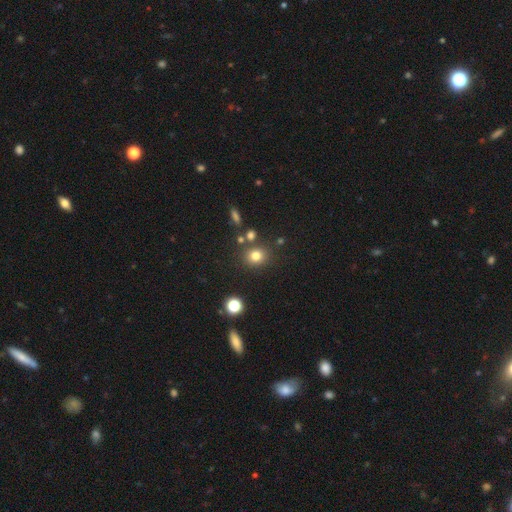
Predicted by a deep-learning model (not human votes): smooth 76%, star or artifact 16%, featured or disk 8%. Down the decision tree: how rounded — round (78%); merging — none (78%).